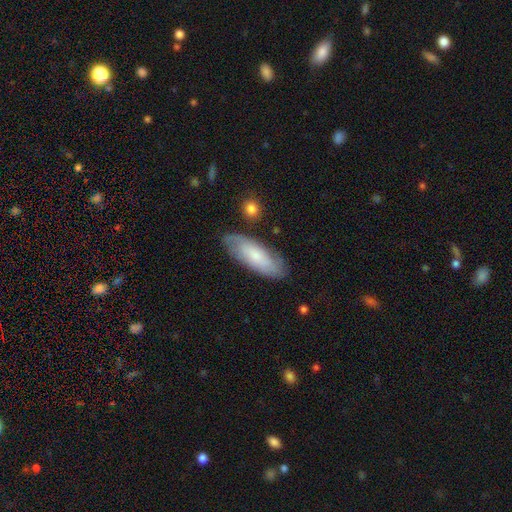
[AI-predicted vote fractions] Morphology: type=smooth (57%); roundness=in between (66%); merging=none (78%).